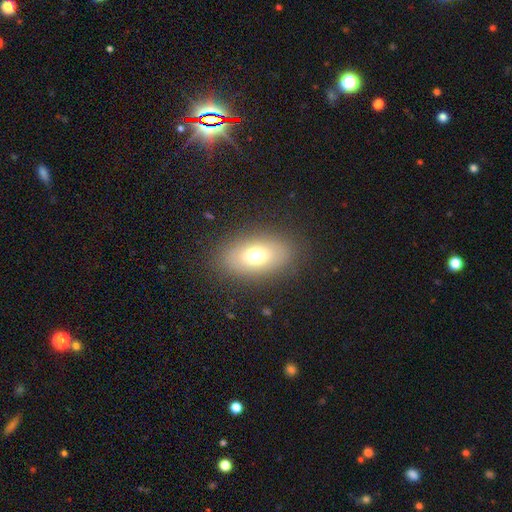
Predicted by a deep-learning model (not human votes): A smooth galaxy with no disk features (70%) that is in between round and cigar-shaped (88%).

Vote fractions:
- Smooth or featured? smooth: 70% / featured or disk: 20% / star or artifact: 10%
- How rounded? in between: 88% / round: 9% / cigar-shaped: 3%
- Merging? none: 85% / minor disturbance: 10% / major disturbance: 4% / merger: 1%